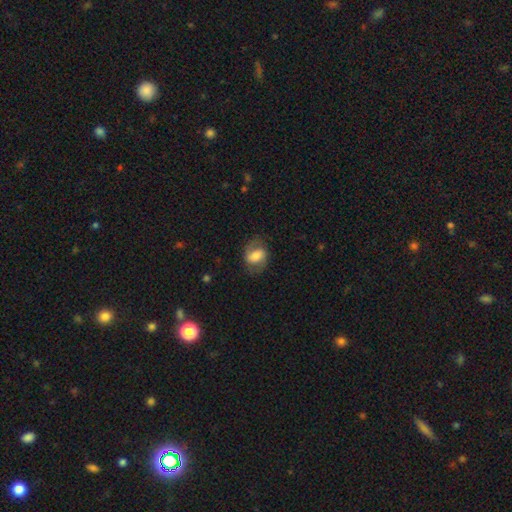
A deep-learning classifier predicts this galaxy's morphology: A featured or disk galaxy (46%, tied with smooth).

Vote fractions:
- Smooth or featured? featured or disk: 46% (tied) / smooth: 46% (tied) / star or artifact: 8%
- Merging? none: 69% / minor disturbance: 19% / major disturbance: 10% / merger: 1%